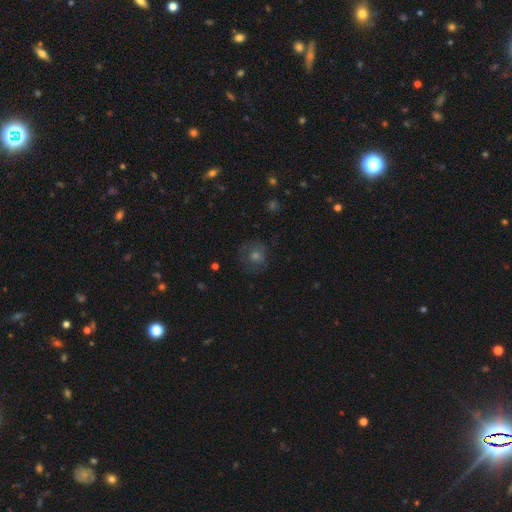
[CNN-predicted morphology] smooth-or-featured: smooth: 49% | featured or disk: 28% | star or artifact: 23%
  merging: none: 77% | minor disturbance: 15% | major disturbance: 7% | merger: 1%